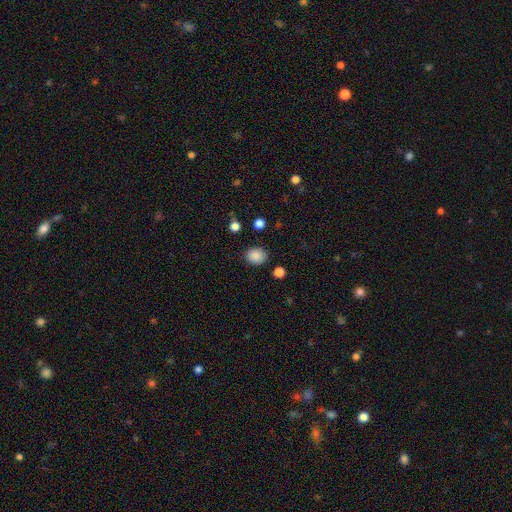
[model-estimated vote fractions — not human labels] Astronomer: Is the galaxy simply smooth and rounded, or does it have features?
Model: smooth — 87%.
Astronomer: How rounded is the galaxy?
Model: round — 50% (runner-up: in between, 49%).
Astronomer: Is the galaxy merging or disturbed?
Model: none — 85%.